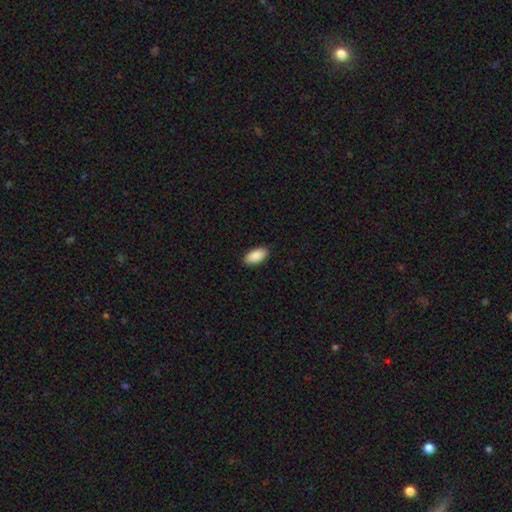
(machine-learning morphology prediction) smooth-or-featured: smooth: 91% | star or artifact: 6% | featured or disk: 3%
  how-rounded: in between: 94% | cigar-shaped: 3% | round: 2%
  merging: none: 90% | minor disturbance: 8% | major disturbance: 2% | merger: 1%